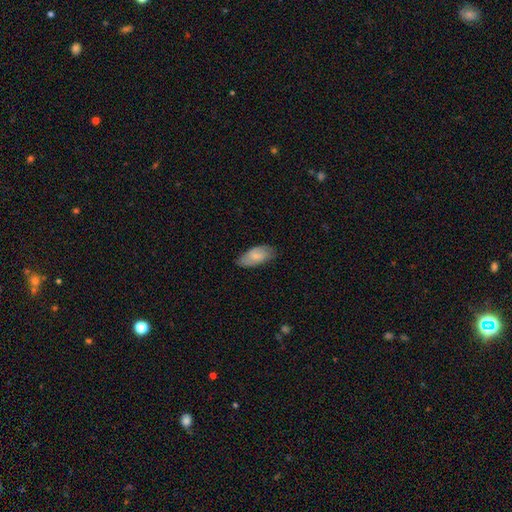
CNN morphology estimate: A smooth galaxy with no disk features (68%) that is in between round and cigar-shaped (91%). Merging: none (74%).